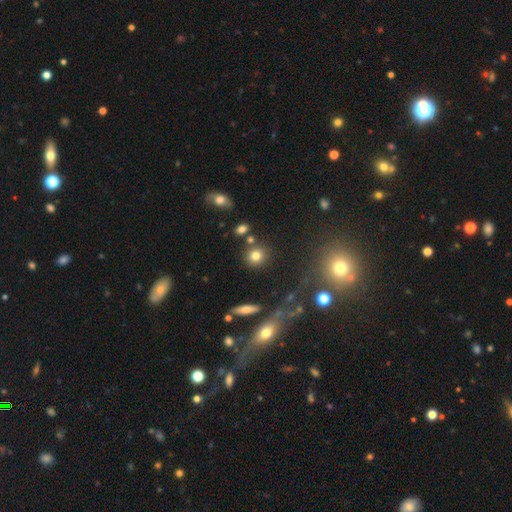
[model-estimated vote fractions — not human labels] smooth_or_featured: smooth (p=0.78) [alt: star or artifact p=0.13]
how_rounded: round (p=0.86) [alt: in between p=0.12]
merging: none (p=0.79) [alt: merger p=0.09]